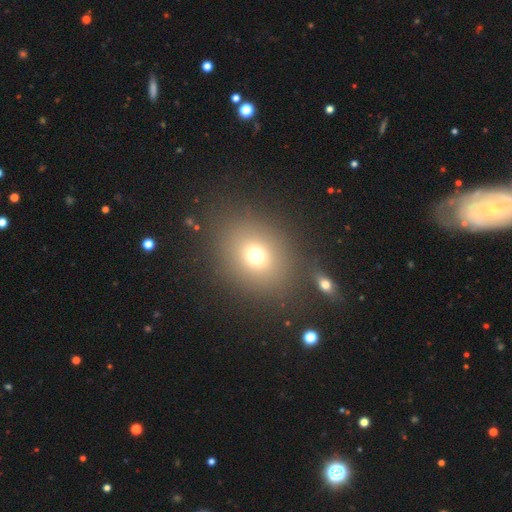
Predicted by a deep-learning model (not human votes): Q: Smooth or featured?
A: smooth (71%); runner-up: star or artifact (17%)
Q: How rounded?
A: round (62%); runner-up: in between (37%)
Q: Merging?
A: none (79%); runner-up: minor disturbance (9%)